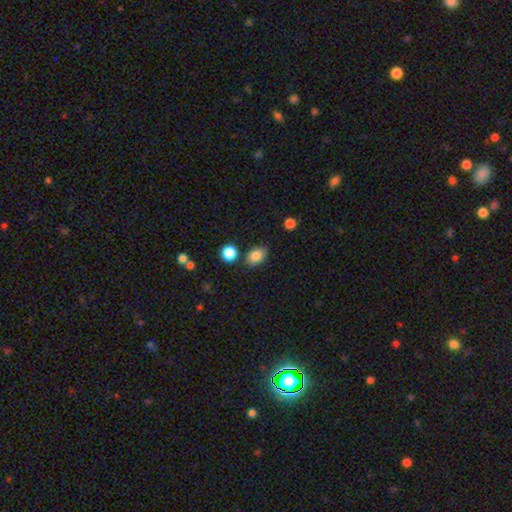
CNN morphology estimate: Q: Smooth or featured?
A: smooth (84%); runner-up: star or artifact (9%)
Q: How rounded?
A: in between (78%); runner-up: round (21%)
Q: Merging?
A: none (78%); runner-up: minor disturbance (13%)